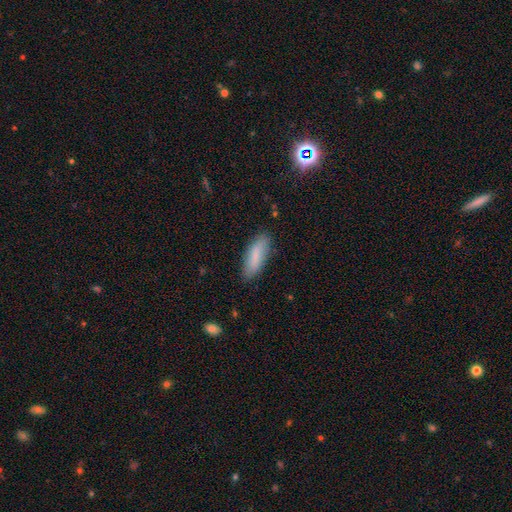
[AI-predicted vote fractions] Smooth or featured?
  - smooth: 82% *
  - featured or disk: 11%
  - star or artifact: 6%
How rounded?
  - in between: 54% *
  - cigar-shaped: 44%
  - round: 2%
Merging?
  - none: 82% *
  - minor disturbance: 14%
  - major disturbance: 3%
  - merger: 1%